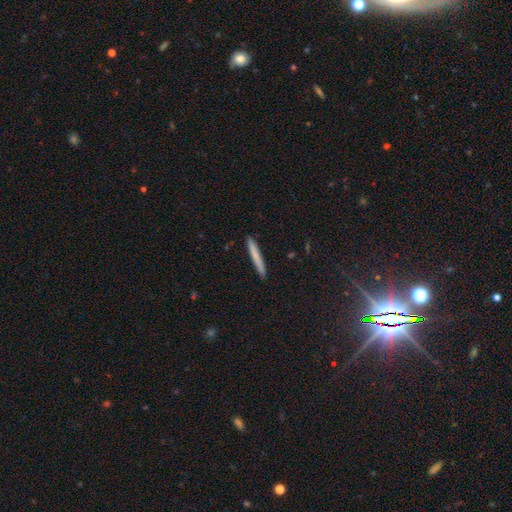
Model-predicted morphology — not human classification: Smooth or featured? smooth (72%)
How rounded? cigar-shaped (97%)
Merging? none (90%)